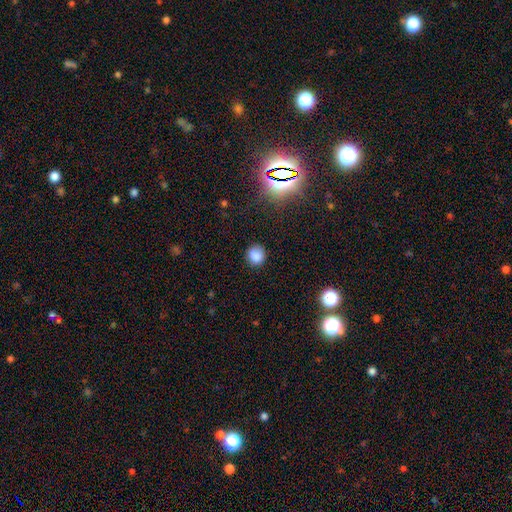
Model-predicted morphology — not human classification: Q: Smooth or featured?
A: smooth (83%); runner-up: star or artifact (13%)
Q: How rounded?
A: round (84%); runner-up: in between (15%)
Q: Merging?
A: none (86%); runner-up: minor disturbance (10%)